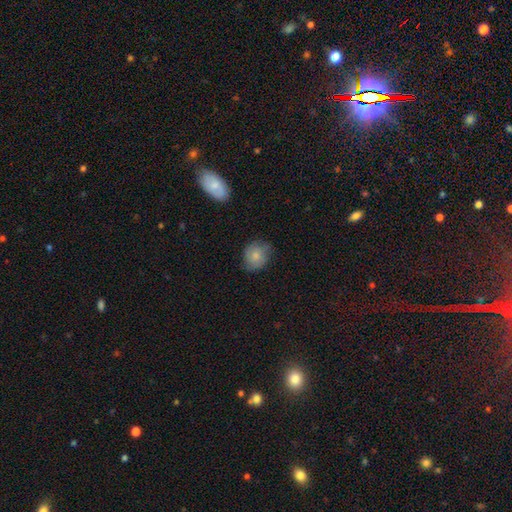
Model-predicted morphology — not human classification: type=smooth (78%); roundness=round (71%); merging=none (68%).